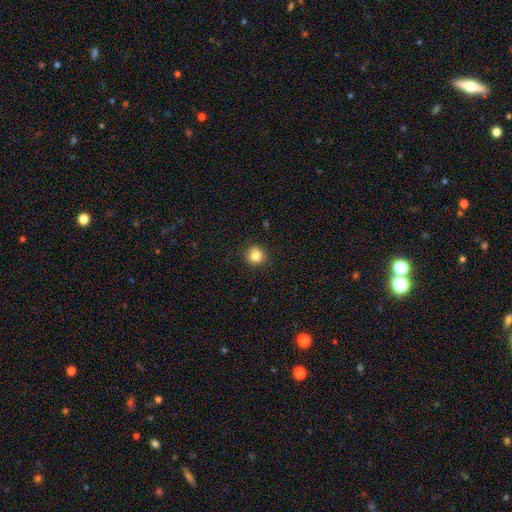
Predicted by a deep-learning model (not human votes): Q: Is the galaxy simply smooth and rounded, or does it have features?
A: smooth — 84%.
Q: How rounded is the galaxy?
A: round — 94%.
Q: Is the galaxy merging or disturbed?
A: none — 90%.